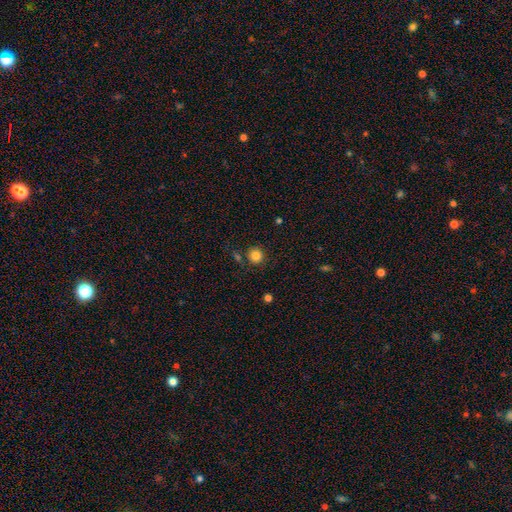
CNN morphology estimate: Q: Smooth or featured?
A: smooth (83%); runner-up: star or artifact (11%)
Q: How rounded?
A: round (92%); runner-up: in between (7%)
Q: Merging?
A: none (83%); runner-up: minor disturbance (9%)